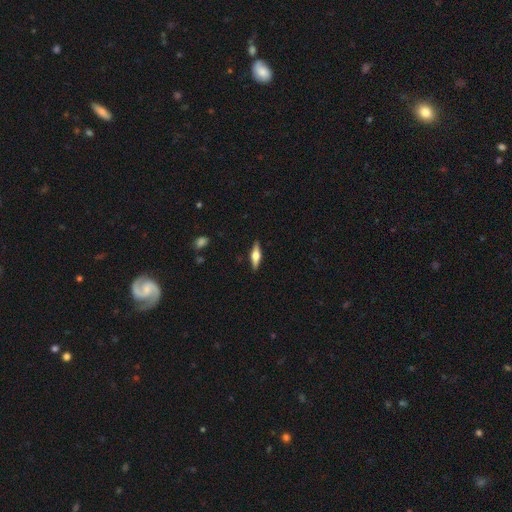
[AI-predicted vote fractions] Smooth or featured? Predicted: featured or disk (p=0.56). Edge-on disk? Predicted: yes (p=0.95). Edge-on bulge? Predicted: rounded (p=0.90). Merging? Predicted: none (p=0.88).